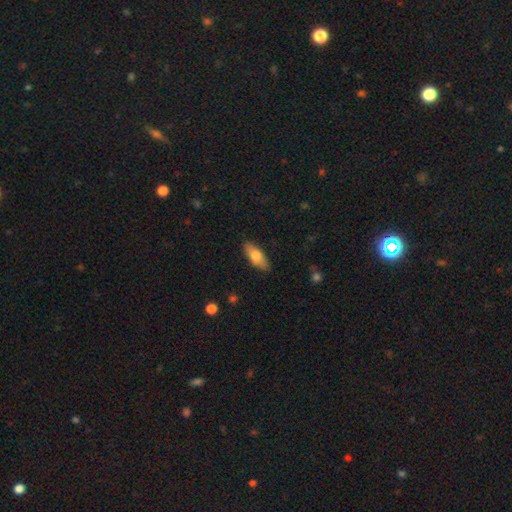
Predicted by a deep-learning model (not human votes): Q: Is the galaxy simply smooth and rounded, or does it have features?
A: smooth — 70%.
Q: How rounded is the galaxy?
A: in between — 74%.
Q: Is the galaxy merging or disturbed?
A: none — 86%.